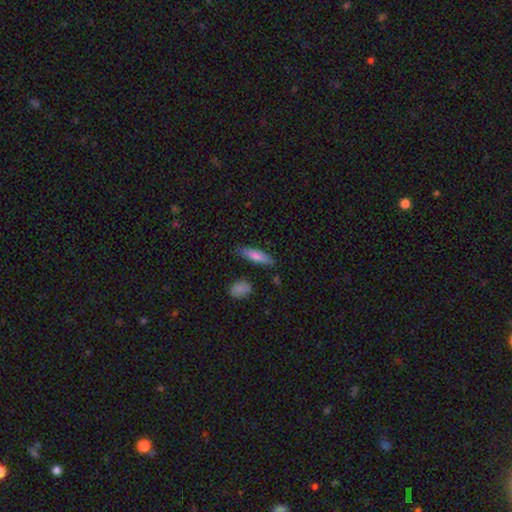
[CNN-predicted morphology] This is likely a smooth galaxy (77%). How rounded: likely cigar-shaped (65%). Merging: clearly none (82%).